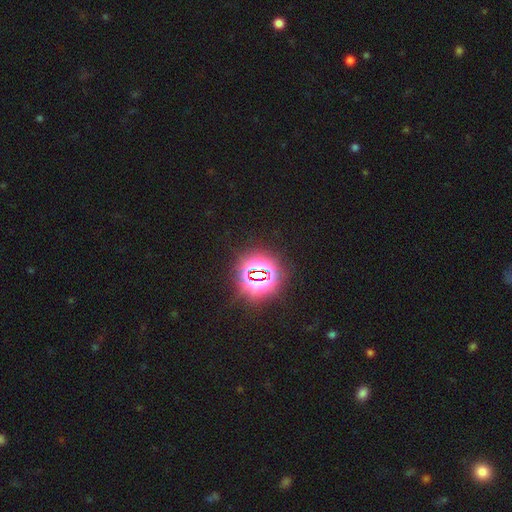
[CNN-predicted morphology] The model was most divided on "smooth or featured": star or artifact: 82%, smooth: 12%, featured or disk: 7%.